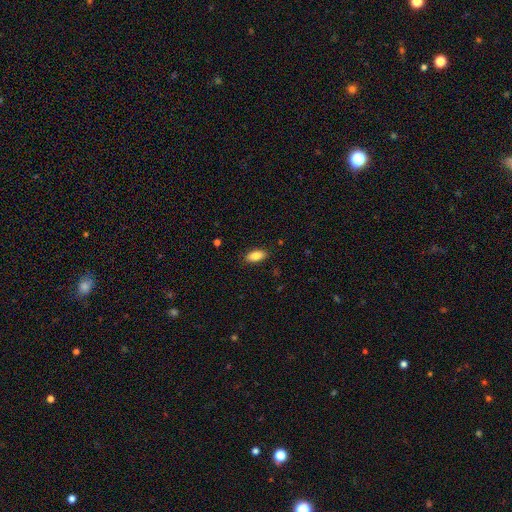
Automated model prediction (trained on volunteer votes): Morphology: type=smooth (86%); roundness=in between (91%); merging=none (87%).